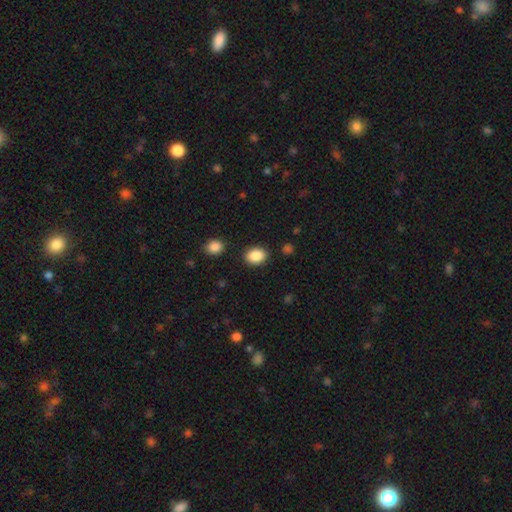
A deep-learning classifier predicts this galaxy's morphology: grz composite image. It shows a smooth galaxy with no disk features (88%) that is in between round and cigar-shaped (65%). Merging: none (87%).